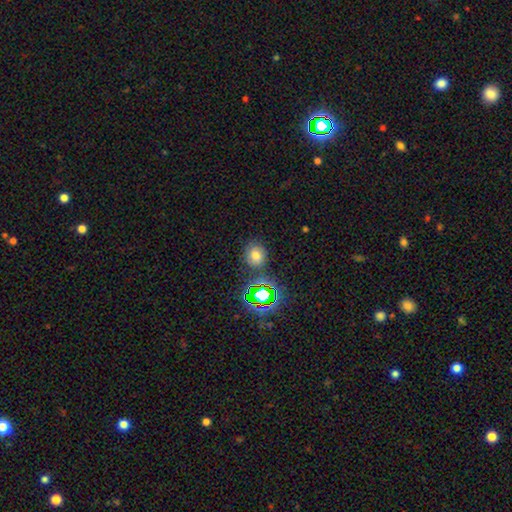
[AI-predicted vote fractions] Overall: smooth (69%). How rounded: round (74%). Merging: none (79%).